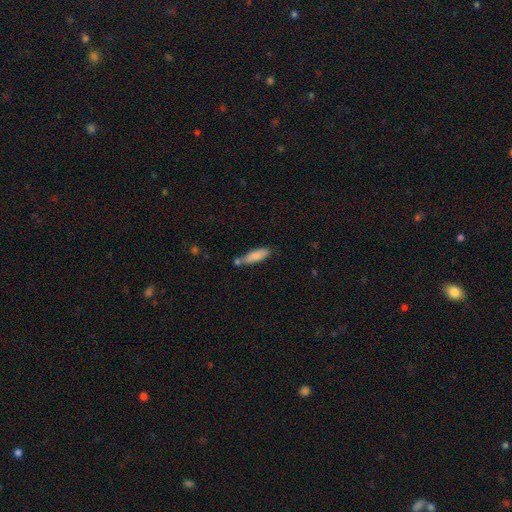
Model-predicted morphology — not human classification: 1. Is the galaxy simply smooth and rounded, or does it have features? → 85% smooth, 9% featured or disk, 7% star or artifact.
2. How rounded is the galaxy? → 58% cigar-shaped, 40% in between, 2% round.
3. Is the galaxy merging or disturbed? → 58% none, 20% minor disturbance, 17% merger, 5% major disturbance.